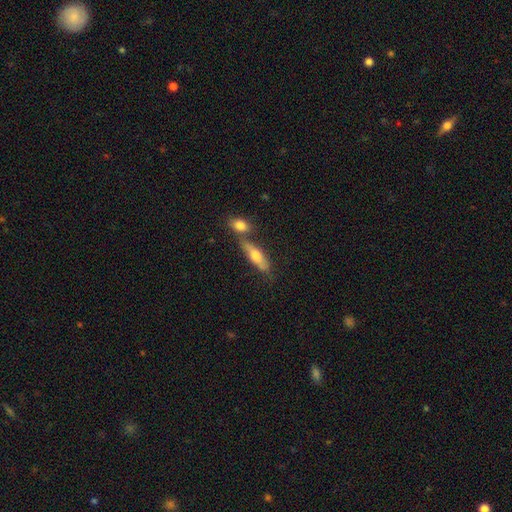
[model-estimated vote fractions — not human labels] smooth-or-featured: smooth: 59% | featured or disk: 35% | star or artifact: 7%
  how-rounded: cigar-shaped: 49% | in between: 47% | round: 3%
  merging: none: 50% | merger: 32% | minor disturbance: 13% | major disturbance: 5%